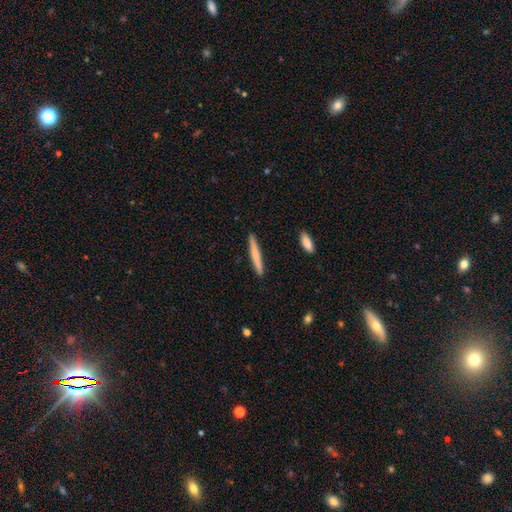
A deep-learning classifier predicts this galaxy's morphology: Smooth or featured? smooth (69%)
How rounded? cigar-shaped (96%)
Merging? none (91%)